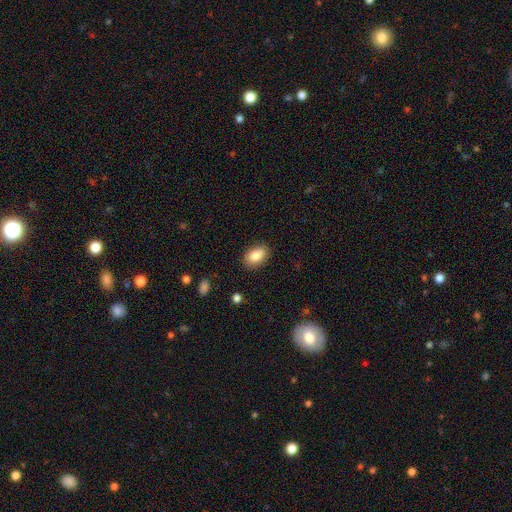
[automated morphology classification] type=smooth (85%); roundness=in between (89%); merging=none (84%).